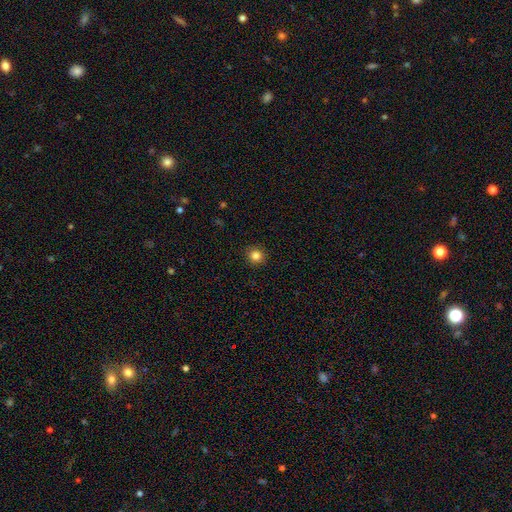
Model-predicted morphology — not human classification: smooth 84%, star or artifact 11%, featured or disk 5%. Down the decision tree: how rounded — round (91%); merging — none (91%).